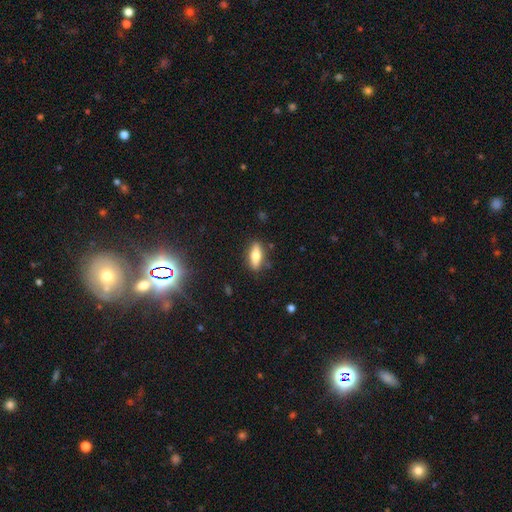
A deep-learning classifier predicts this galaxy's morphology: Smooth or featured?
  - smooth: 64% *
  - featured or disk: 29%
  - star or artifact: 7%
How rounded?
  - in between: 61% *
  - cigar-shaped: 35%
  - round: 3%
Merging?
  - none: 85% *
  - minor disturbance: 11%
  - major disturbance: 3%
  - merger: 2%